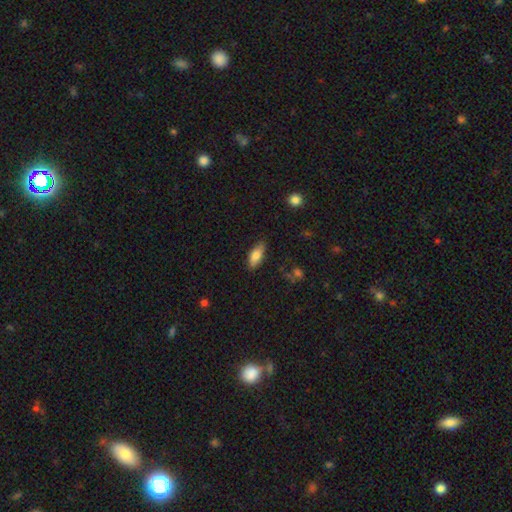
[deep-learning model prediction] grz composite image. It shows a smooth galaxy with no disk features (81%) that is in between round and cigar-shaped (82%). Merging: none (81%).